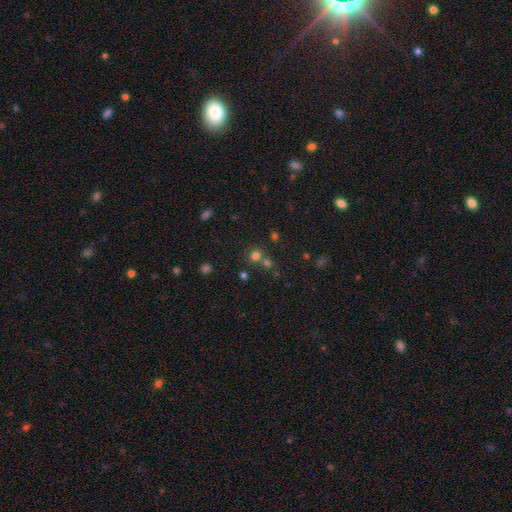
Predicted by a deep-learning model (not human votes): Morphology: type=smooth (70%); roundness=round (89%); merging=none (64%).